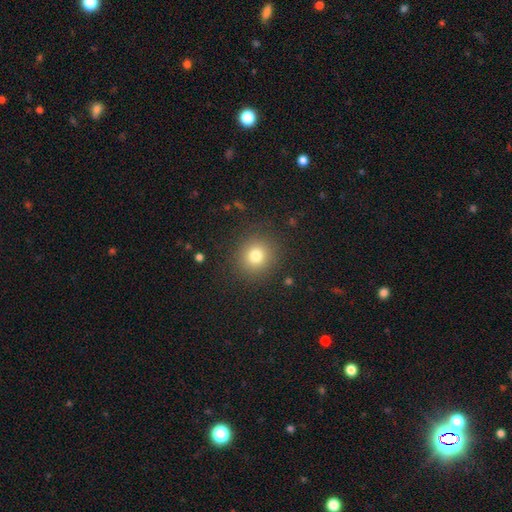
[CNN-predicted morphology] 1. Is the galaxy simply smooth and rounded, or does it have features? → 78% smooth, 14% star or artifact, 8% featured or disk.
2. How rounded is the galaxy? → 89% round, 11% in between, 1% cigar-shaped.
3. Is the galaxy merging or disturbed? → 88% none, 7% minor disturbance, 3% major disturbance, 1% merger.